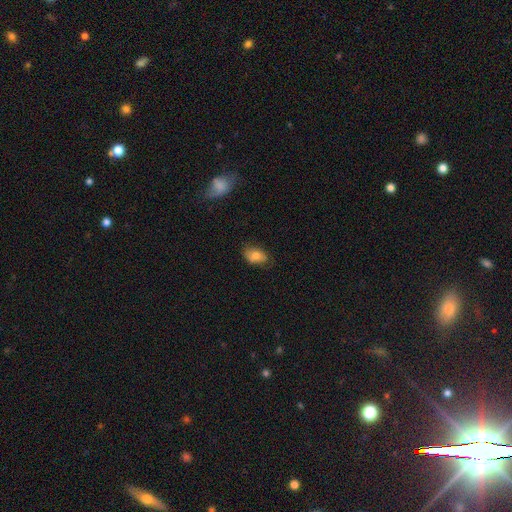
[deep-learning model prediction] Smooth or featured: smooth — 76% (featured or disk — 16%)
How rounded: in between — 87% (round — 12%)
Merging: none — 72% (minor disturbance — 22%)